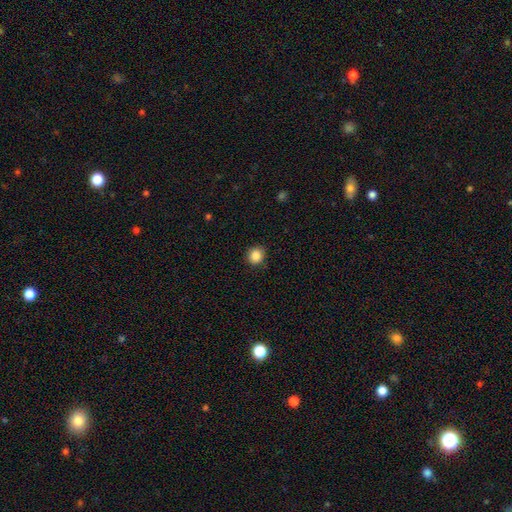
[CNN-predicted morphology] A smooth galaxy with no disk features (87%) that is round (87%).

Vote fractions:
- Smooth or featured? smooth: 87% / star or artifact: 10% / featured or disk: 3%
- How rounded? round: 87% / in between: 12% / cigar-shaped: 1%
- Merging? none: 89% / minor disturbance: 8% / major disturbance: 2% / merger: 1%